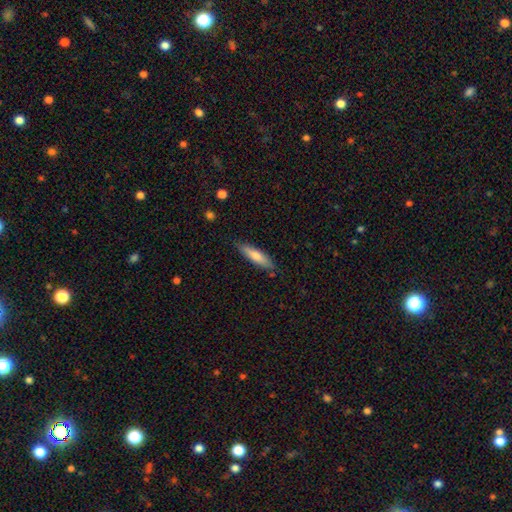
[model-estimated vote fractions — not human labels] Smooth or featured? Predicted: smooth (p=0.69). How rounded? Predicted: cigar-shaped (p=0.76). Merging? Predicted: none (p=0.86).